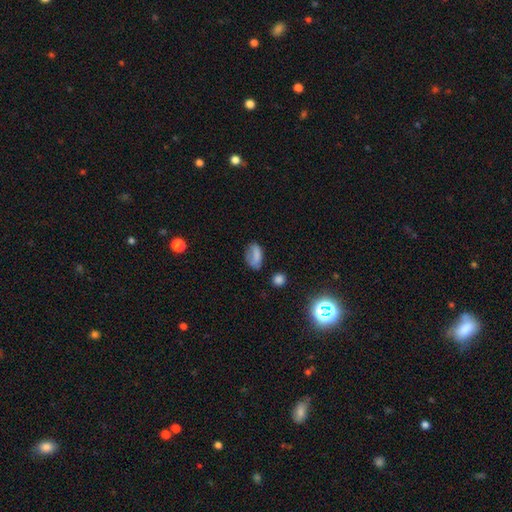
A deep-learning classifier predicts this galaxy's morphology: This is likely a smooth galaxy (75%). How rounded: clearly in between (87%). Merging: possibly none (54%).